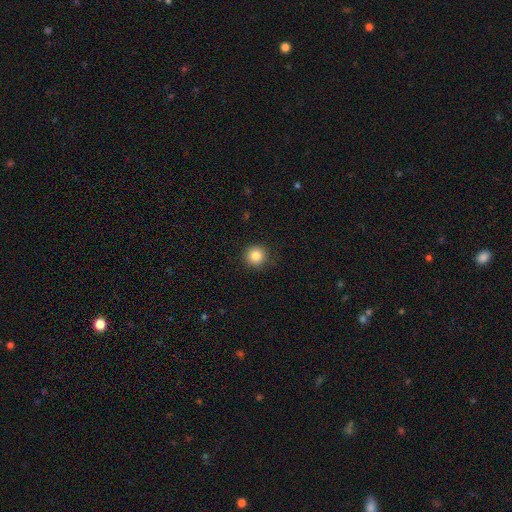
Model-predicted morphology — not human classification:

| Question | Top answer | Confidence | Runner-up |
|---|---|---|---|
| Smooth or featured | smooth | 84% | star or artifact (10%) |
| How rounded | round | 94% | in between (5%) |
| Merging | none | 90% | minor disturbance (7%) |